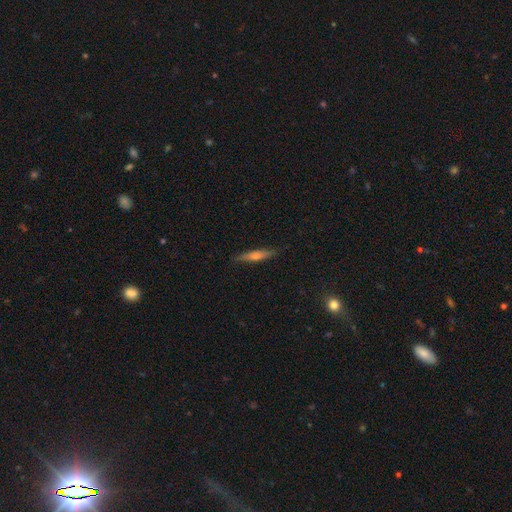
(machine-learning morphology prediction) A featured or disk galaxy (51%) viewed edge-on (94%). Merging: none (87%).